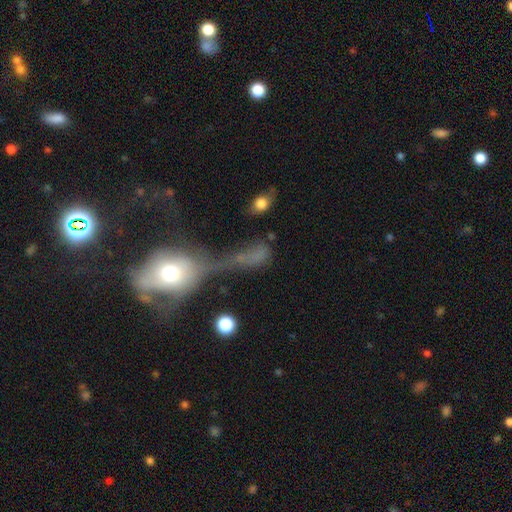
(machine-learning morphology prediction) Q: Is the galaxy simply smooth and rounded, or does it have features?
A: smooth — 54%.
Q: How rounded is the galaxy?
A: in between — 52%.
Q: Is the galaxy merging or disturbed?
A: merger — 32%.